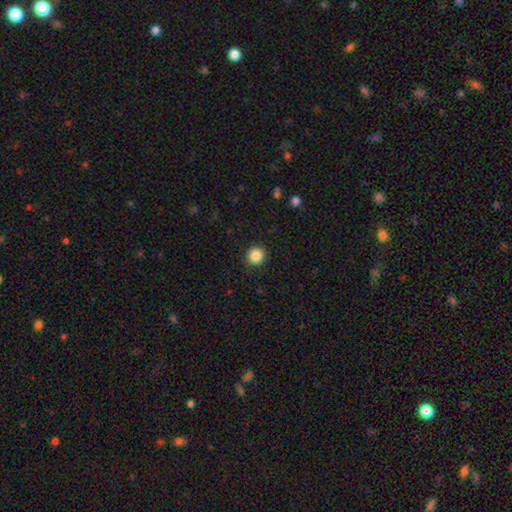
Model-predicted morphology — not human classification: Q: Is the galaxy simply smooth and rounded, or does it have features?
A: smooth — 86%.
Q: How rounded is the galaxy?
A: round — 92%.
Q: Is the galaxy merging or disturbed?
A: none — 92%.